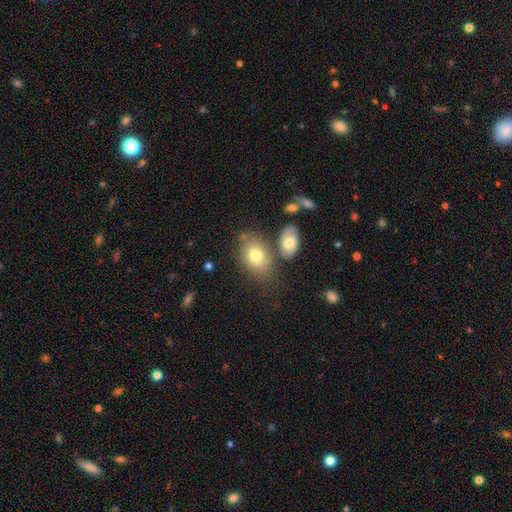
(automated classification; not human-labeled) smooth_or_featured: smooth (p=0.75) [alt: featured or disk p=0.16]
how_rounded: in between (p=0.81) [alt: round p=0.18]
merging: none (p=0.62) [alt: merger p=0.18]